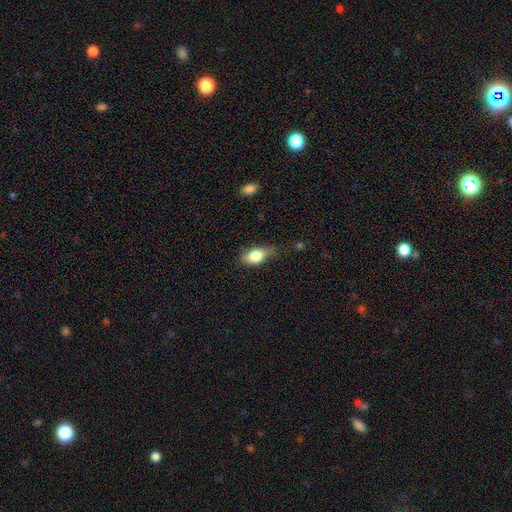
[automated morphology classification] A smooth galaxy with no disk features (77%) that is in between round and cigar-shaped (84%). Merging: none (59%).